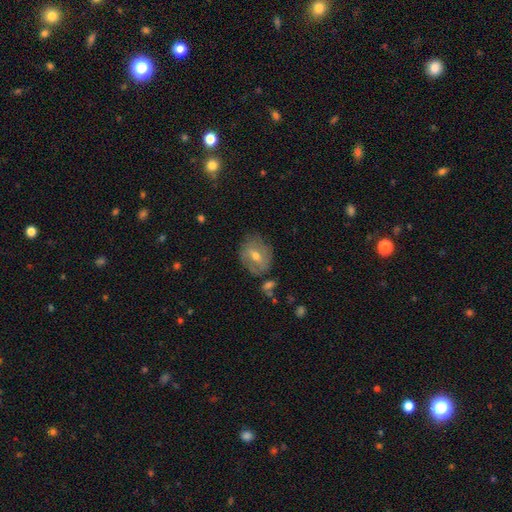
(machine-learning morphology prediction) Overall: featured or disk (48%; smooth 42%). Merging: none (70%).